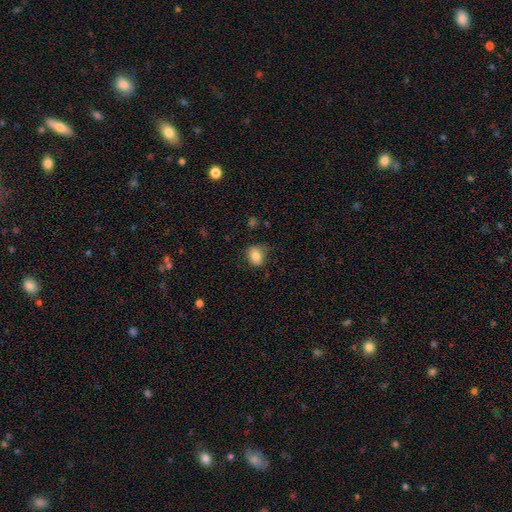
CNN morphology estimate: Smooth or featured? smooth (82%)
How rounded? in between (57%)
Merging? none (72%)